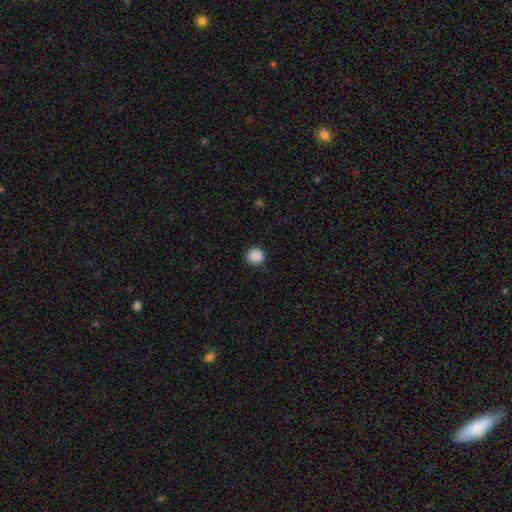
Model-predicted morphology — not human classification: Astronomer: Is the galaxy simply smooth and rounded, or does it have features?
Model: smooth — 89%.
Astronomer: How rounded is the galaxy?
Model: round — 92%.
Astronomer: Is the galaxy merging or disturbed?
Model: none — 88%.